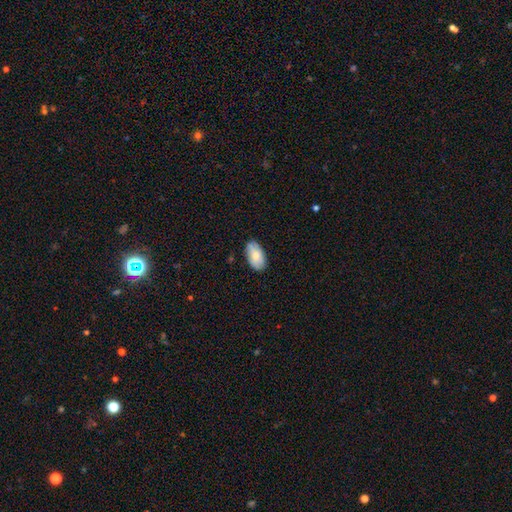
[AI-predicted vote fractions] smooth 75%, featured or disk 18%, star or artifact 6%. Down the decision tree: how rounded — in between (94%); merging — none (79%).